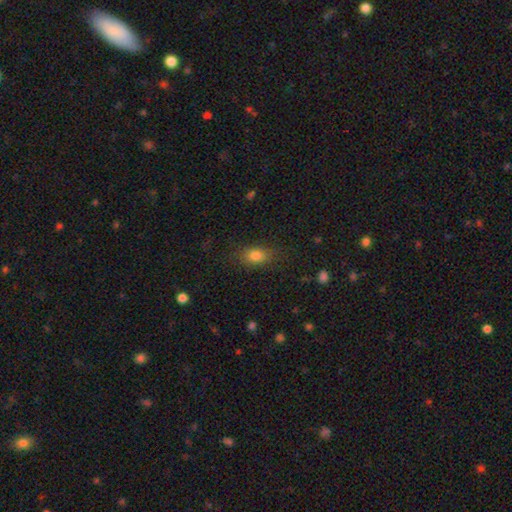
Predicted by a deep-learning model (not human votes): Smooth or featured? smooth (80%)
How rounded? in between (73%)
Merging? none (81%)